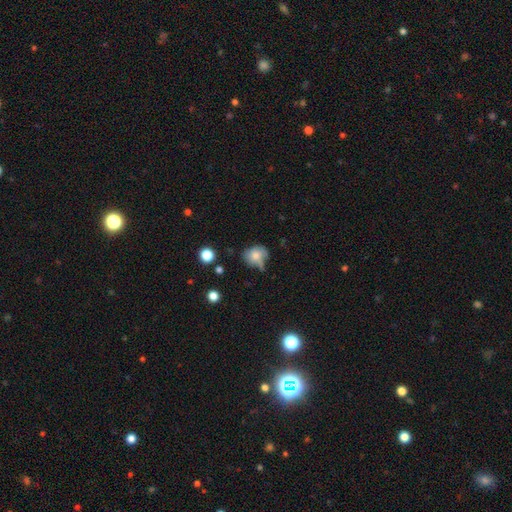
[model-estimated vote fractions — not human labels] Smooth or featured? smooth (71%)
How rounded? round (61%)
Merging? none (46%)